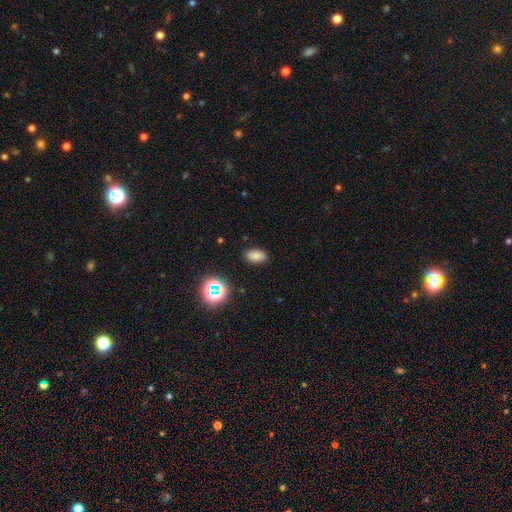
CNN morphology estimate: type=smooth (74%); roundness=in between (89%); merging=none (87%).